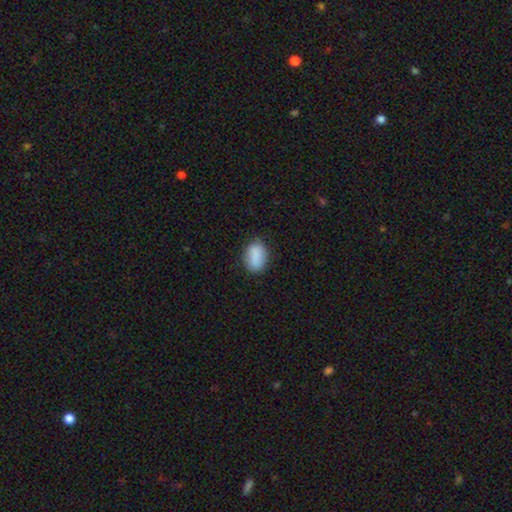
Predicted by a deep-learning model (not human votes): This appears to be a smooth galaxy with no disk features (85%) that is in between round and cigar-shaped (82%). Merging: none (78%).